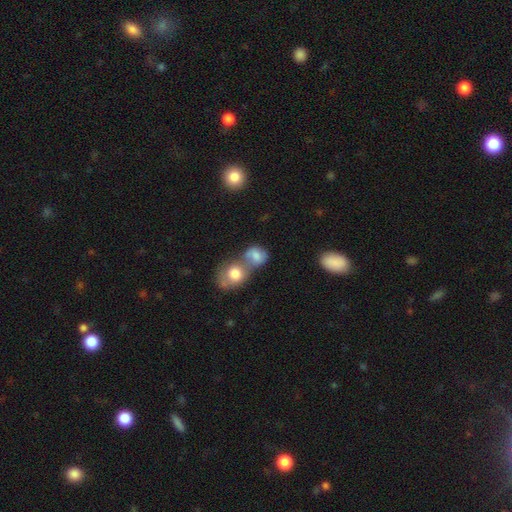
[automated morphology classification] Q: Smooth or featured?
A: smooth (72%); runner-up: featured or disk (18%)
Q: How rounded?
A: round (53%); runner-up: in between (45%)
Q: Merging?
A: merger (66%); runner-up: none (21%)